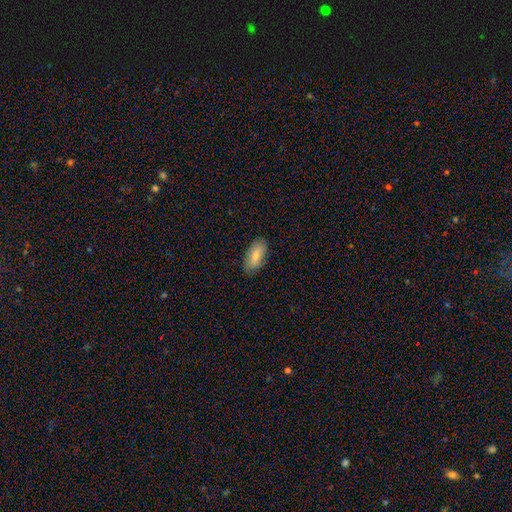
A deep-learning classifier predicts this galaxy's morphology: Smooth or featured? smooth (82%)
How rounded? in between (90%)
Merging? none (85%)